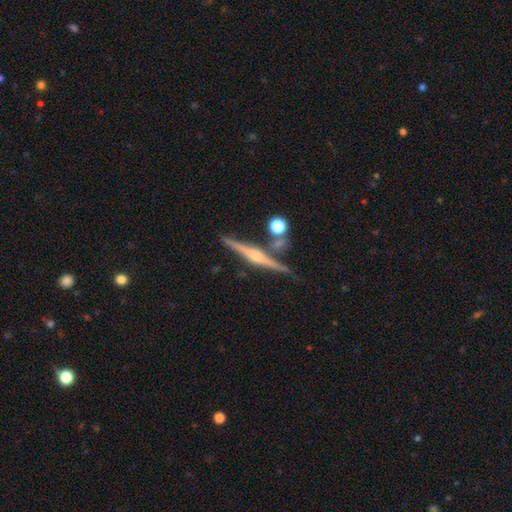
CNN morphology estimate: smooth-or-featured: featured or disk: 82% | smooth: 11% | star or artifact: 7%
  disk-edge-on: yes: 98% | no: 2%
    edge-on-bulge: rounded: 84% | boxy: 9% | none: 8%
  merging: none: 81% | minor disturbance: 9% | merger: 7% | major disturbance: 2%